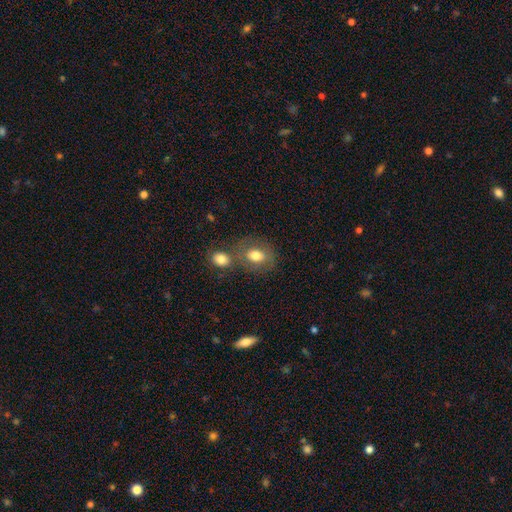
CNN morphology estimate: type=smooth (73%); roundness=in between (59%); merging=none (53%).